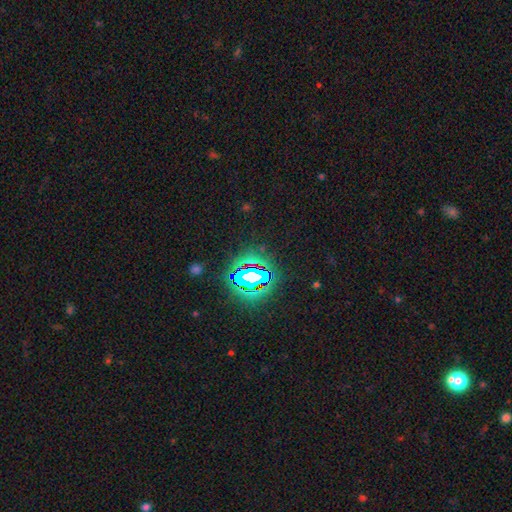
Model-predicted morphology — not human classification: Smooth or featured?
  - star or artifact: 81% *
  - smooth: 12%
  - featured or disk: 7%